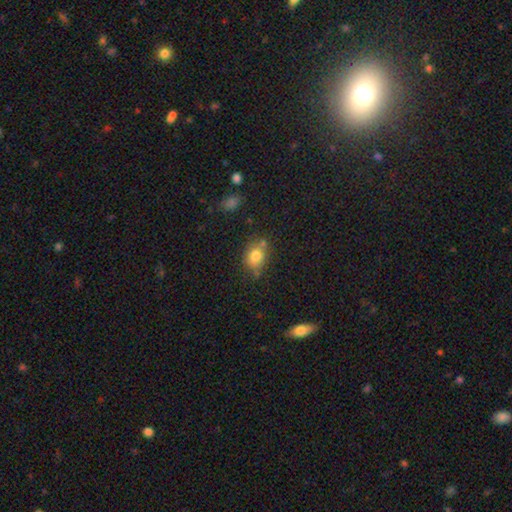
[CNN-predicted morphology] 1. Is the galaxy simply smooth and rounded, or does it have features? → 78% smooth, 11% featured or disk, 11% star or artifact.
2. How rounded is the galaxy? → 50% round, 49% in between, 1% cigar-shaped.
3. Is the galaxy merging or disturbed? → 61% none, 19% minor disturbance, 15% merger, 5% major disturbance.